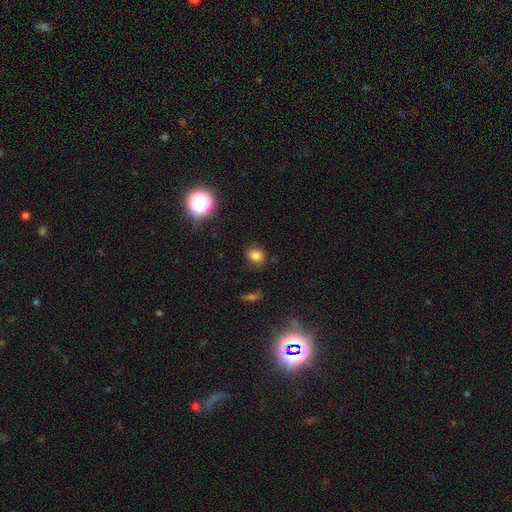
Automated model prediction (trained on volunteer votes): smooth-or-featured: smooth: 78% | star or artifact: 14% | featured or disk: 8%
  how-rounded: round: 51% | in between: 48% | cigar-shaped: 1%
  merging: none: 76% | minor disturbance: 16% | major disturbance: 5% | merger: 2%